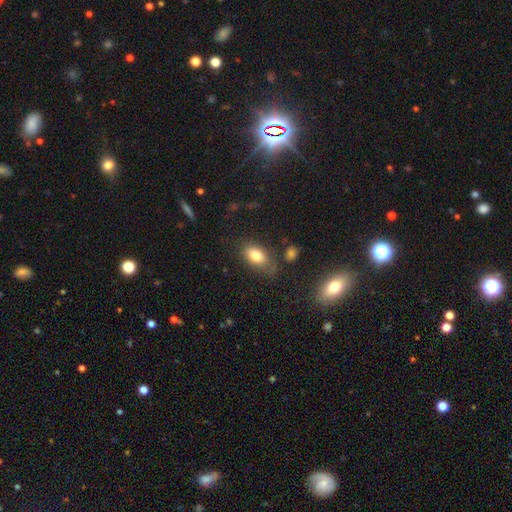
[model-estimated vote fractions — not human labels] Morphology: type=smooth (80%); roundness=in between (88%); merging=none (65%).